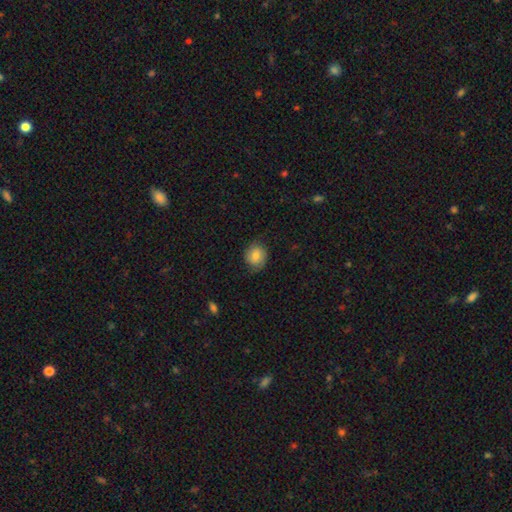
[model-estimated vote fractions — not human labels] A smooth galaxy with no disk features (75%) that is round (71%).

Vote fractions:
- Smooth or featured? smooth: 75% / featured or disk: 17% / star or artifact: 8%
- How rounded? round: 71% / in between: 28% / cigar-shaped: 1%
- Merging? none: 74% / minor disturbance: 19% / major disturbance: 5% / merger: 1%